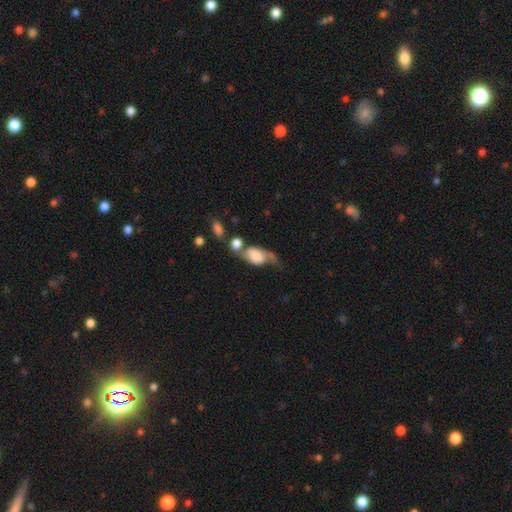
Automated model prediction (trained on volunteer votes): Smooth or featured? smooth (54%)
How rounded? in between (79%)
Merging? merger (37%)